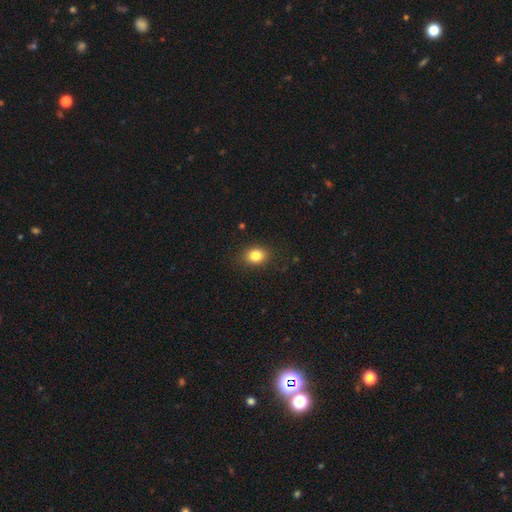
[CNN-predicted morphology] Overall: smooth (84%). How rounded: in between (58%; round 41%). Merging: none (87%).